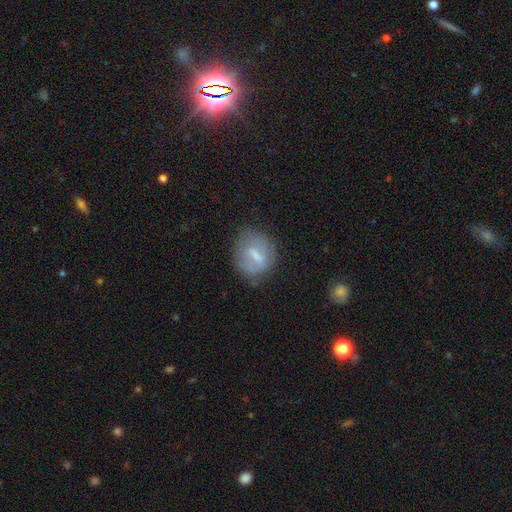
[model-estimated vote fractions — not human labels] The model was most divided on "smooth or featured": featured or disk: 48%, smooth: 44%, star or artifact: 8%. More confident: merging — none (67%).